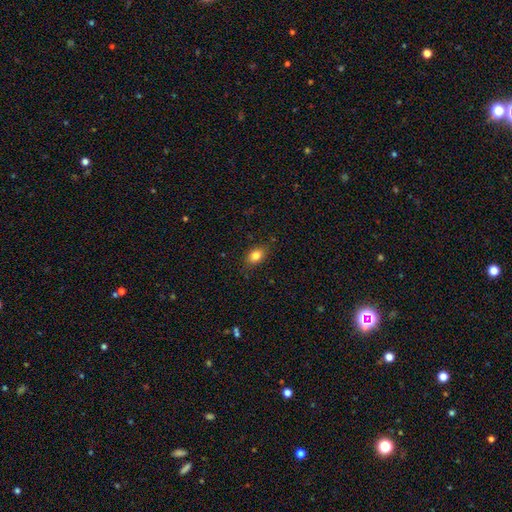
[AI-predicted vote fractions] Smooth or featured? Predicted: smooth (p=0.83). How rounded? Predicted: in between (p=0.76). Merging? Predicted: none (p=0.84).